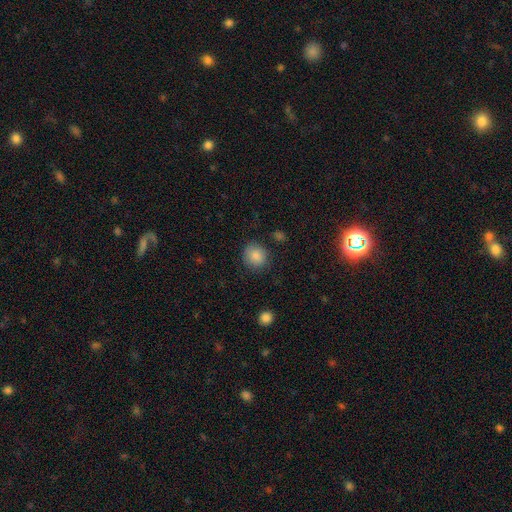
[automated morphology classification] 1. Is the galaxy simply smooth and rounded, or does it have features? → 87% smooth, 9% star or artifact, 5% featured or disk.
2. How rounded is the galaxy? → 82% round, 17% in between, 1% cigar-shaped.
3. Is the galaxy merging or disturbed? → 82% none, 12% minor disturbance, 4% major disturbance, 2% merger.